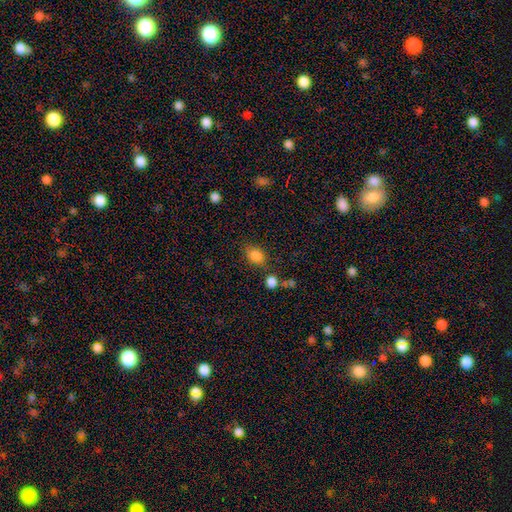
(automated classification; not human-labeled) Q: Smooth or featured?
A: smooth (84%); runner-up: star or artifact (11%)
Q: How rounded?
A: in between (68%); runner-up: round (31%)
Q: Merging?
A: none (71%); runner-up: minor disturbance (16%)